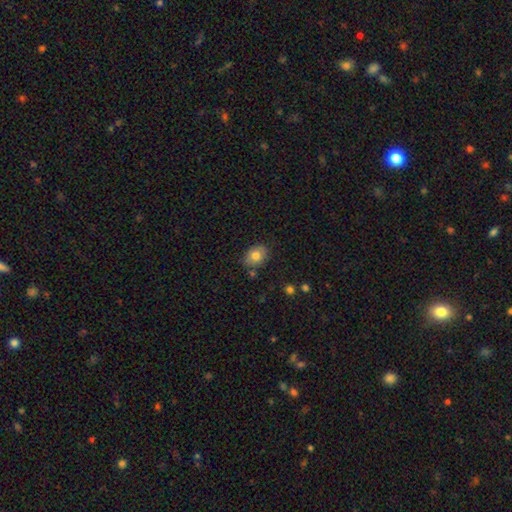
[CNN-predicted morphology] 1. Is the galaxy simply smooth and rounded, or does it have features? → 79% smooth, 12% featured or disk, 9% star or artifact.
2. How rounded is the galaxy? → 63% in between, 36% round, 1% cigar-shaped.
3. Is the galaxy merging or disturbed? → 79% none, 15% minor disturbance, 4% merger, 3% major disturbance.